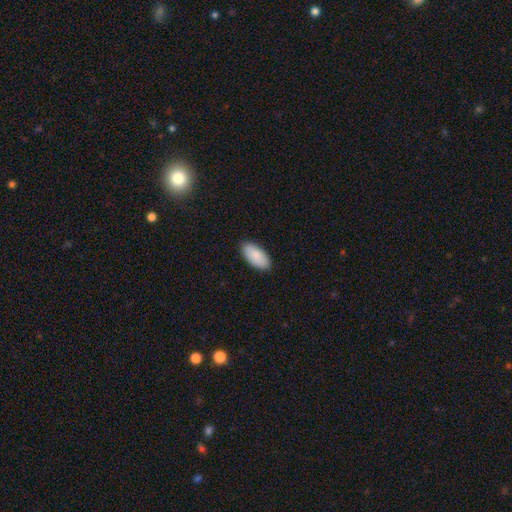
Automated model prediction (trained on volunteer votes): smooth-or-featured: smooth: 88% | featured or disk: 6% | star or artifact: 6%
  how-rounded: in between: 94% | cigar-shaped: 4% | round: 2%
  merging: none: 88% | minor disturbance: 9% | major disturbance: 2% | merger: 1%